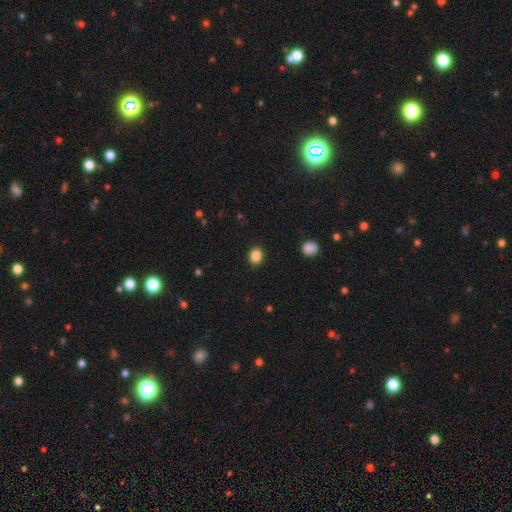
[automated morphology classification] Smooth or featured?
  - smooth: 87% *
  - star or artifact: 10%
  - featured or disk: 3%
How rounded?
  - round: 50% *
  - in between: 49%
  - cigar-shaped: 1%
Merging?
  - none: 89% *
  - minor disturbance: 8%
  - major disturbance: 2%
  - merger: 1%